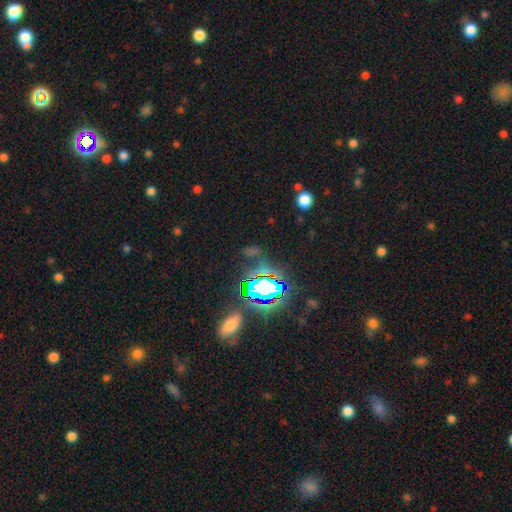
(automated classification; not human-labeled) smooth-or-featured: star or artifact: 70% | smooth: 19% | featured or disk: 12%